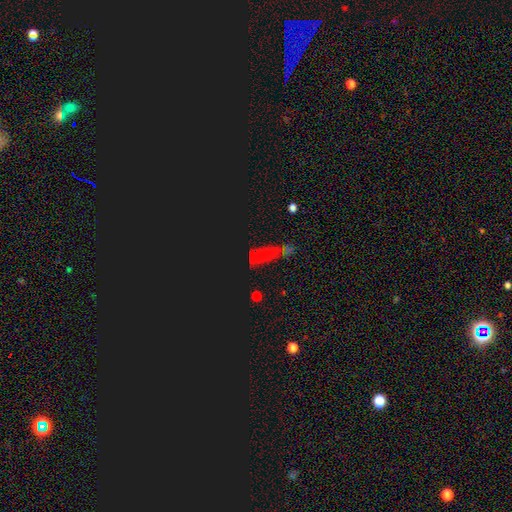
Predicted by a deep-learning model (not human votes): smooth_or_featured: star or artifact (p=0.62) [alt: smooth p=0.27]